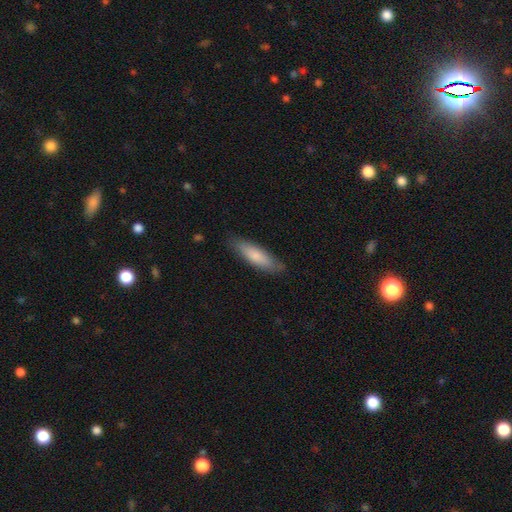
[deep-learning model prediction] smooth-or-featured: smooth: 79% | featured or disk: 16% | star or artifact: 5%
  how-rounded: cigar-shaped: 65% | in between: 34% | round: 1%
  merging: none: 84% | minor disturbance: 13% | major disturbance: 2% | merger: 1%